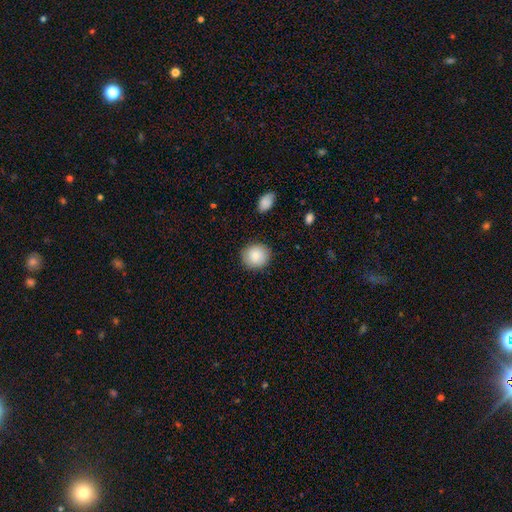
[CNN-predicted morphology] Smooth or featured: smooth — 85% (featured or disk — 8%)
How rounded: round — 83% (in between — 16%)
Merging: none — 87% (minor disturbance — 9%)